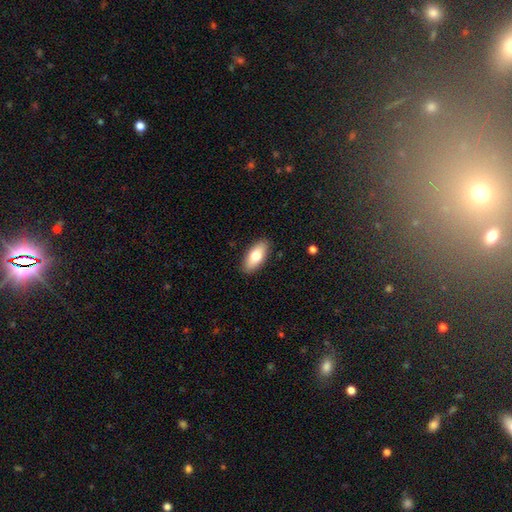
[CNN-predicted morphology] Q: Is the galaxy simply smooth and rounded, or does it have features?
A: smooth — 76%.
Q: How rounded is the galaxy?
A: in between — 85%.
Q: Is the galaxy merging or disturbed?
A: none — 89%.